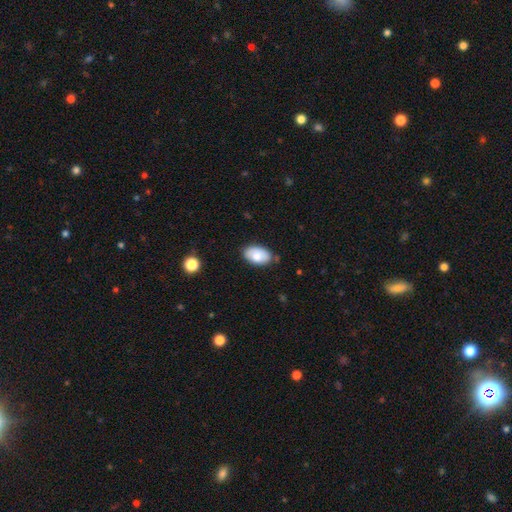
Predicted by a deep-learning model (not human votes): A smooth galaxy with no disk features (82%) that is in between round and cigar-shaped (93%). Merging: none (76%).